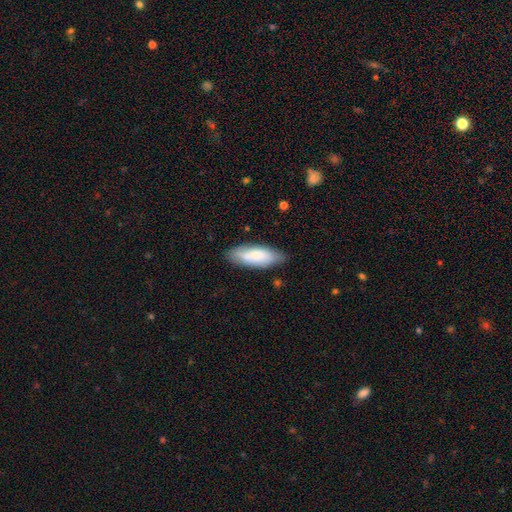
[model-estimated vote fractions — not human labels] Smooth or featured?
  - smooth: 74% *
  - featured or disk: 19%
  - star or artifact: 6%
How rounded?
  - in between: 70% *
  - cigar-shaped: 28%
  - round: 2%
Merging?
  - none: 77% *
  - minor disturbance: 17%
  - major disturbance: 3%
  - merger: 3%